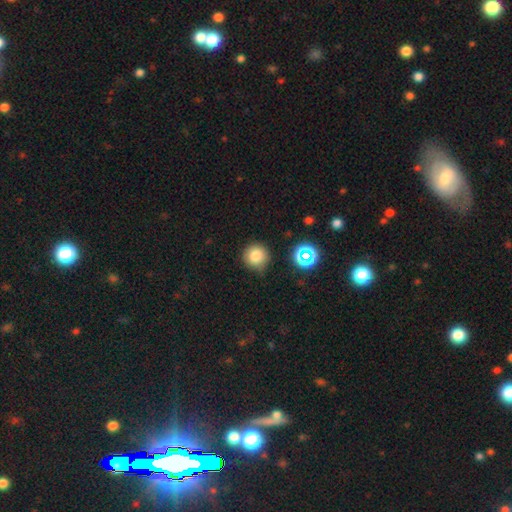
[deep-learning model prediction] Overall: smooth (80%). How rounded: round (94%). Merging: none (81%).